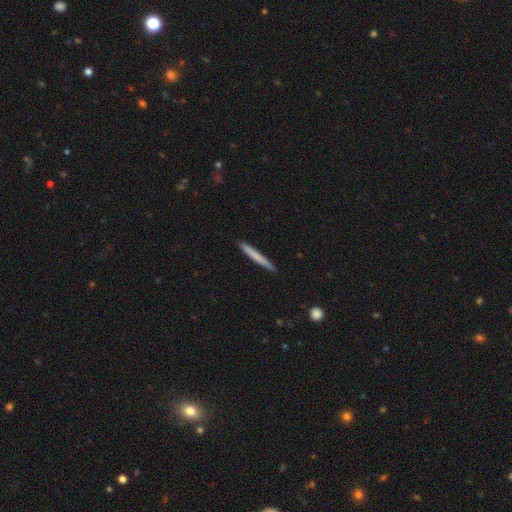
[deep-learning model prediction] Smooth or featured? smooth (69%)
How rounded? cigar-shaped (97%)
Merging? none (92%)